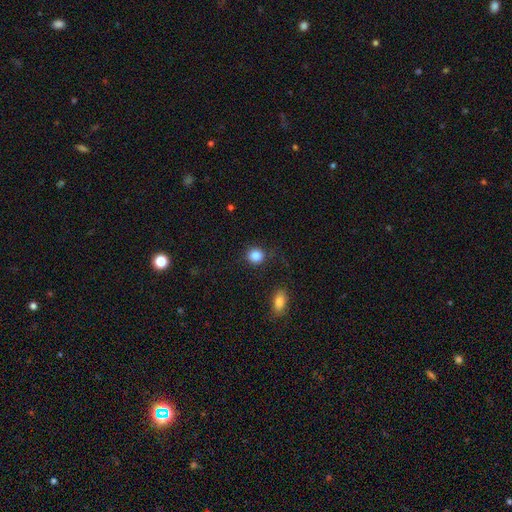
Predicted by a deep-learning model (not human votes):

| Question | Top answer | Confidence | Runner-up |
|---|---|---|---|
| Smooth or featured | smooth | 86% | star or artifact (10%) |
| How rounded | round | 88% | in between (11%) |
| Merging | none | 85% | minor disturbance (9%) |